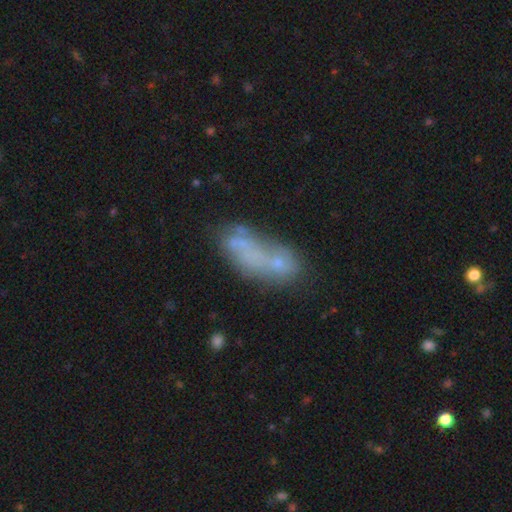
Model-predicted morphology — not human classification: This is possibly a smooth galaxy (49%). Merging: marginally none (35%).